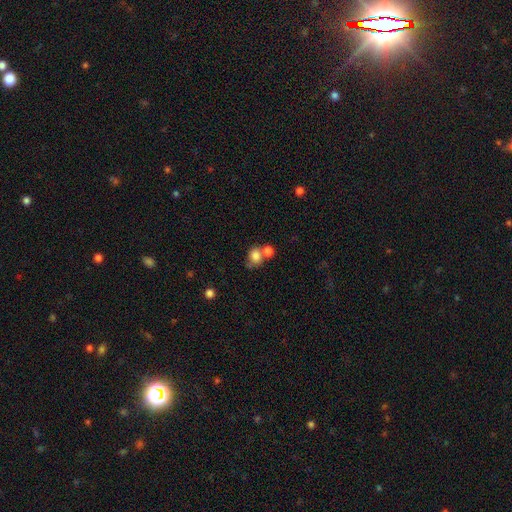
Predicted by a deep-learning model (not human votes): This is clearly a smooth galaxy (80%). How rounded: likely round (63%). Merging: marginally none (44%).